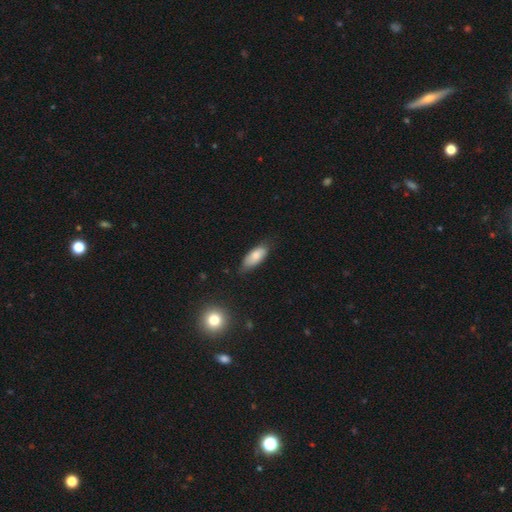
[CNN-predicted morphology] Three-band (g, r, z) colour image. It shows a smooth galaxy with no disk features (79%) that is in between round and cigar-shaped (84%). Merging: none (69%).